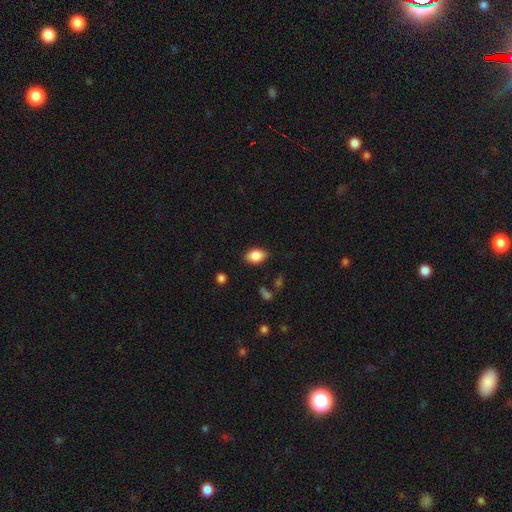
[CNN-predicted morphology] smooth-or-featured: smooth: 86% | star or artifact: 8% | featured or disk: 6%
  how-rounded: in between: 87% | round: 11% | cigar-shaped: 2%
  merging: none: 82% | minor disturbance: 13% | major disturbance: 3% | merger: 2%